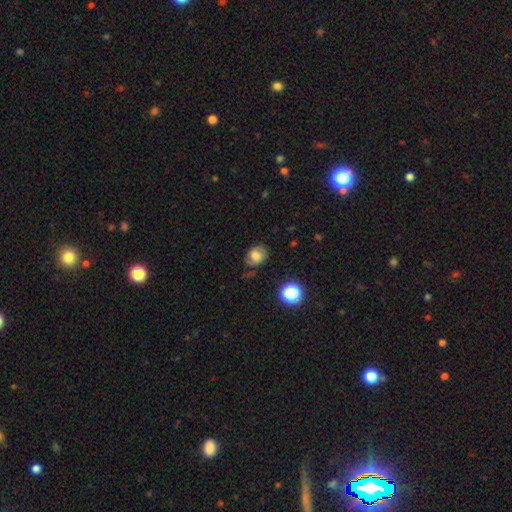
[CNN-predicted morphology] A smooth galaxy with no disk features (66%) that is round (50%).

Vote fractions:
- Smooth or featured? smooth: 66% / featured or disk: 21% / star or artifact: 13%
- How rounded? round: 50% / in between: 49% / cigar-shaped: 1%
- Merging? none: 64% / minor disturbance: 24% / major disturbance: 9% / merger: 2%